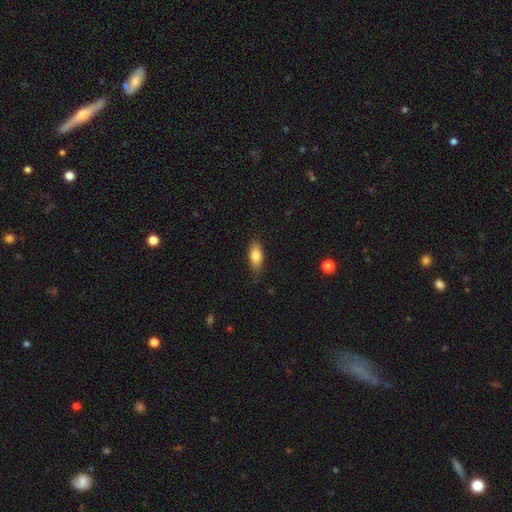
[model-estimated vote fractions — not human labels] A smooth galaxy with no disk features (81%) that is in between round and cigar-shaped (84%).

Vote fractions:
- Smooth or featured? smooth: 81% / featured or disk: 12% / star or artifact: 7%
- How rounded? in between: 84% / cigar-shaped: 12% / round: 3%
- Merging? none: 80% / minor disturbance: 16% / major disturbance: 3% / merger: 1%